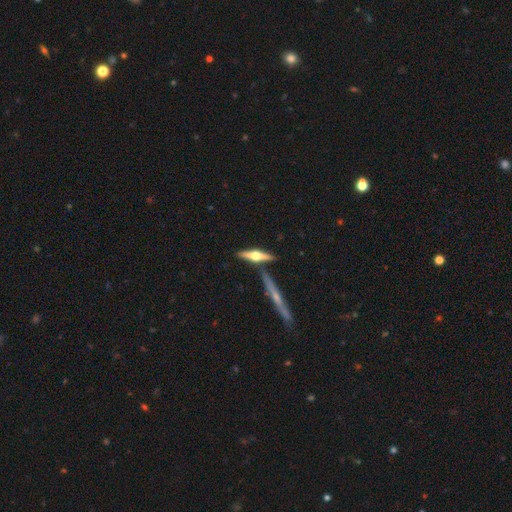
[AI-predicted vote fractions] The model was most divided on "smooth or featured": featured or disk: 63%, smooth: 31%, star or artifact: 6%. More confident: edge-on disk — yes (95%); edge-on bulge — rounded (94%); merging — none (75%).